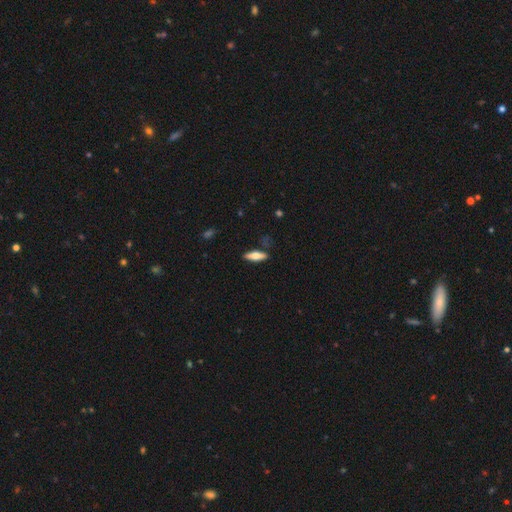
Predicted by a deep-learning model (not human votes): This appears to be a smooth galaxy with no disk features (62%) that is cigar-shaped (54%). Merging: none (83%).